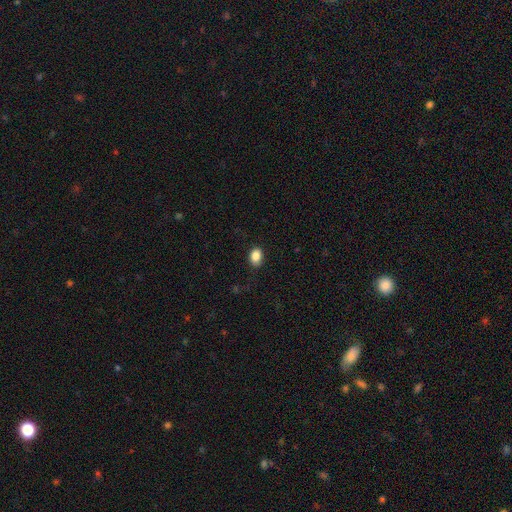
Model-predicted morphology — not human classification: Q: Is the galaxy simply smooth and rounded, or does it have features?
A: smooth — 87%.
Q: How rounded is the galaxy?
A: in between — 74%.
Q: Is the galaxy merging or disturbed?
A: none — 81%.